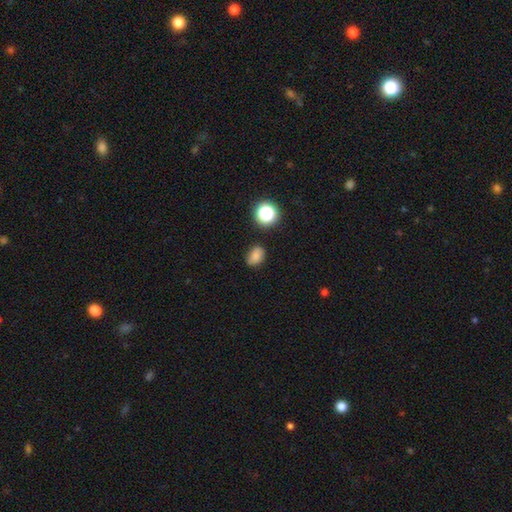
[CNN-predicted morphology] smooth_or_featured: smooth (p=0.78) [alt: star or artifact p=0.14]
how_rounded: in between (p=0.67) [alt: round p=0.32]
merging: none (p=0.75) [alt: minor disturbance p=0.18]